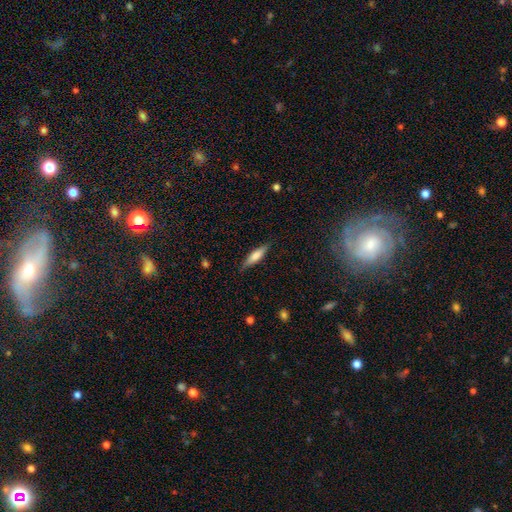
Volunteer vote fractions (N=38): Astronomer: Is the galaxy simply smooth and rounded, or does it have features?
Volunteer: smooth — 58% (runner-up: featured or disk, 39%).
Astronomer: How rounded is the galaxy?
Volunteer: cigar-shaped — 64%.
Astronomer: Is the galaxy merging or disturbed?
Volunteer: none — 95%.